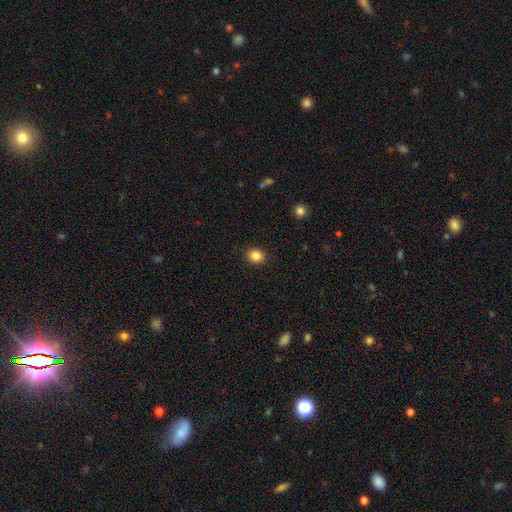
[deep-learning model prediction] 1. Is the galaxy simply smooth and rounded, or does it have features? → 86% smooth, 10% star or artifact, 4% featured or disk.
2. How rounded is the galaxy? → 66% round, 33% in between, 1% cigar-shaped.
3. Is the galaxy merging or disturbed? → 90% none, 7% minor disturbance, 2% major disturbance, 1% merger.